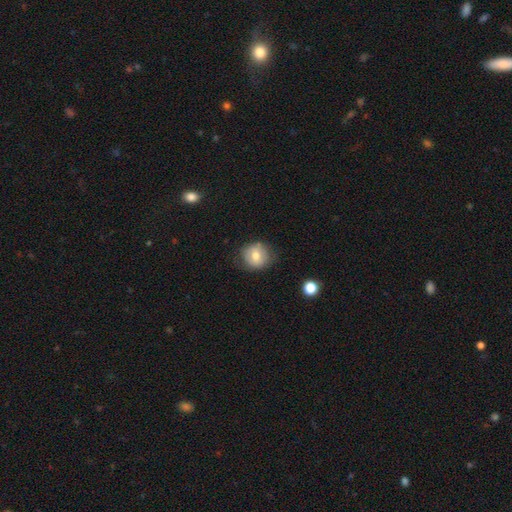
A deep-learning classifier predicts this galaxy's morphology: A smooth galaxy with no disk features (68%) that is round (83%). Merging: none (75%).